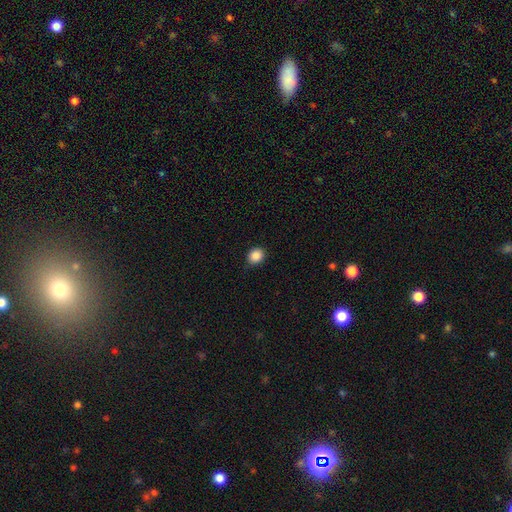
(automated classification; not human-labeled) Overall: smooth (87%). How rounded: round (70%). Merging: none (86%).